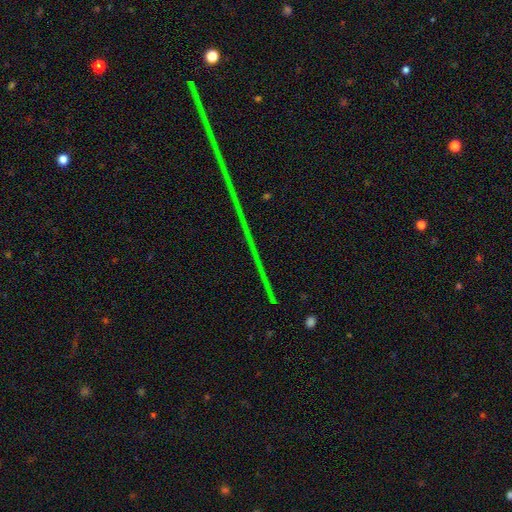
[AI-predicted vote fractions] A star or artifact, not a galaxy (86%).

Vote fractions:
- Smooth or featured? star or artifact: 86% / featured or disk: 8% / smooth: 6%